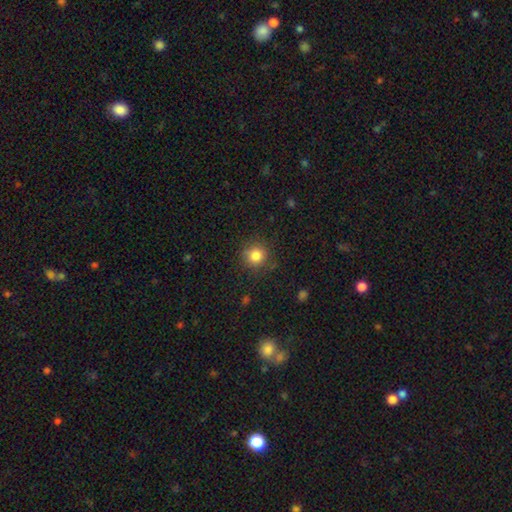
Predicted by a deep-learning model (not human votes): smooth 83%, star or artifact 11%, featured or disk 5%. Down the decision tree: how rounded — round (91%); merging — none (85%).